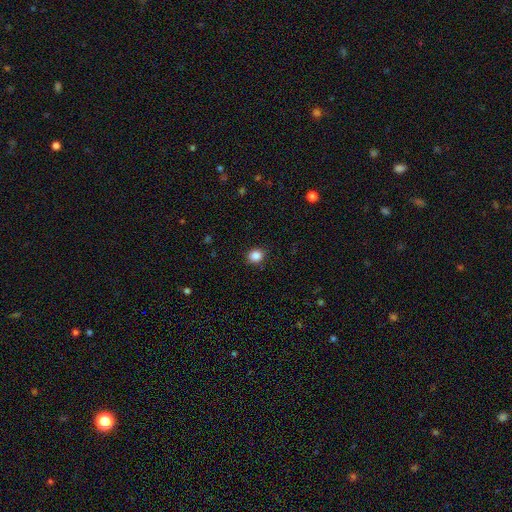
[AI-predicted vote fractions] A smooth galaxy with no disk features (86%) that is round (70%). Merging: none (89%).